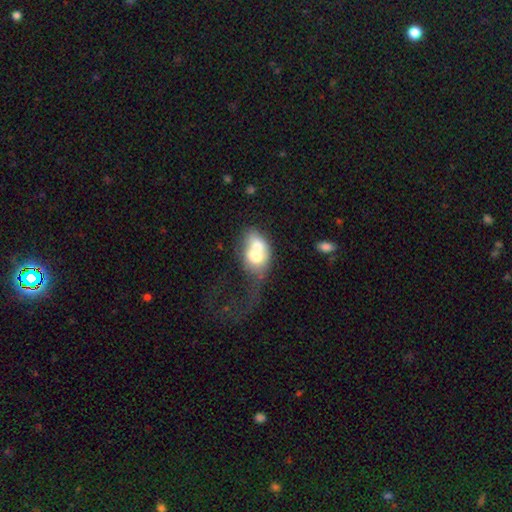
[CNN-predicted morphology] smooth-or-featured: smooth: 60% | featured or disk: 31% | star or artifact: 9%
  how-rounded: in between: 63% | round: 35% | cigar-shaped: 2%
  merging: merger: 66% | none: 13% | major disturbance: 13% | minor disturbance: 8%